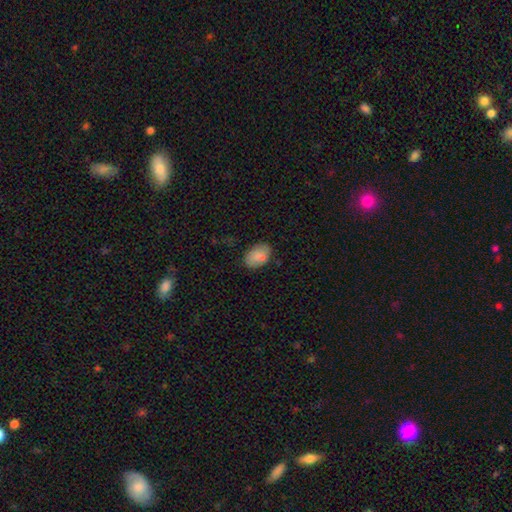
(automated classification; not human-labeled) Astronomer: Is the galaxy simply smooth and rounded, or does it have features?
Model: smooth — 81%.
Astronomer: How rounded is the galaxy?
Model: in between — 89%.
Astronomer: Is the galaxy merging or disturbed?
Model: none — 74%.